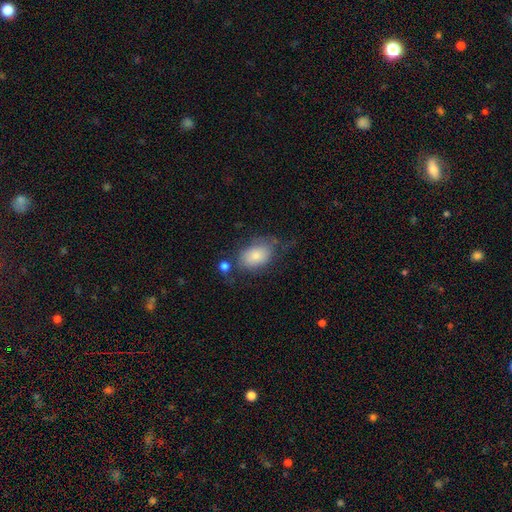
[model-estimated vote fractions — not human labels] Smooth or featured: smooth — 73% (featured or disk — 19%)
How rounded: in between — 86% (round — 13%)
Merging: none — 47% (minor disturbance — 27%)